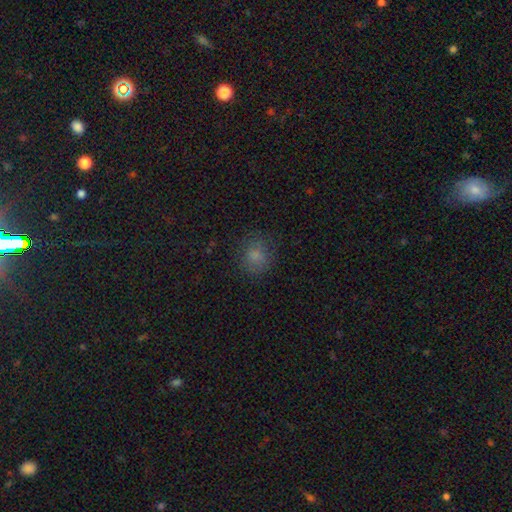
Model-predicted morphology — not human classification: Smooth or featured? Predicted: smooth (p=0.78). How rounded? Predicted: round (p=0.76). Merging? Predicted: none (p=0.77).